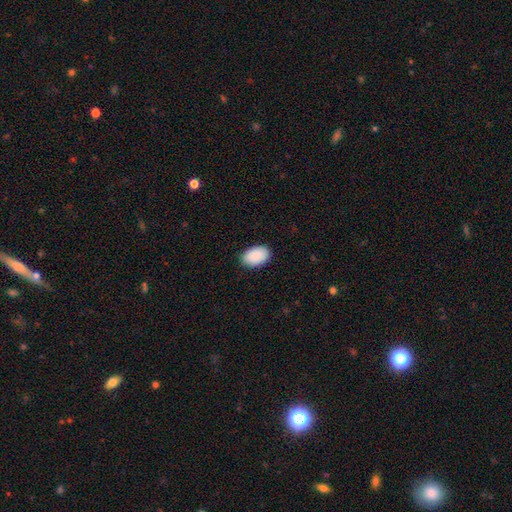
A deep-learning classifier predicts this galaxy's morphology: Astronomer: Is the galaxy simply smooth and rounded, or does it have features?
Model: smooth — 91%.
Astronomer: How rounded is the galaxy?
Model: in between — 92%.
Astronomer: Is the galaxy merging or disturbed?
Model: none — 89%.